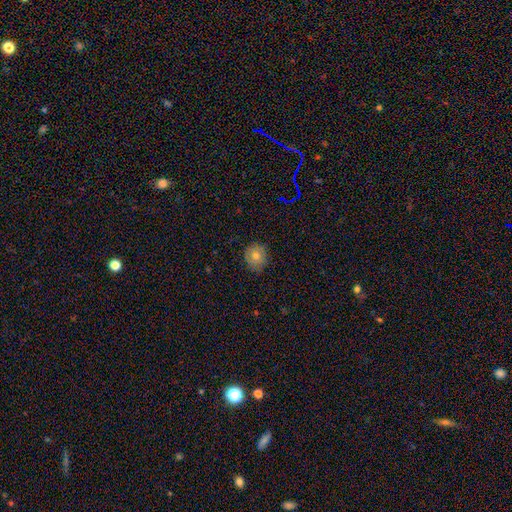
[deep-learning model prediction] Smooth or featured? smooth (71%)
How rounded? round (80%)
Merging? none (81%)